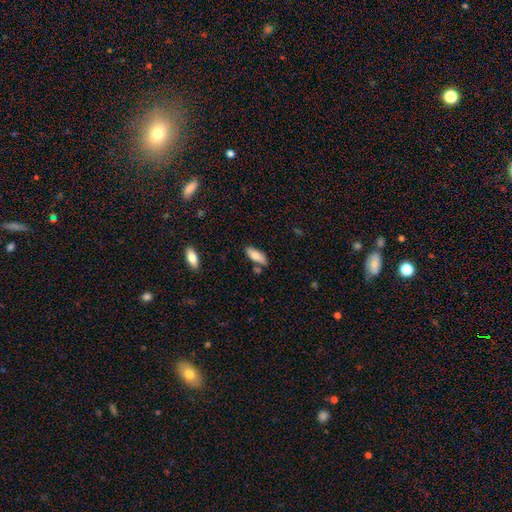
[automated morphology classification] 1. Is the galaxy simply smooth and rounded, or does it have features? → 78% smooth, 16% featured or disk, 6% star or artifact.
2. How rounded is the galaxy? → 69% in between, 29% cigar-shaped, 2% round.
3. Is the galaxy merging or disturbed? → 74% none, 16% minor disturbance, 7% merger, 3% major disturbance.